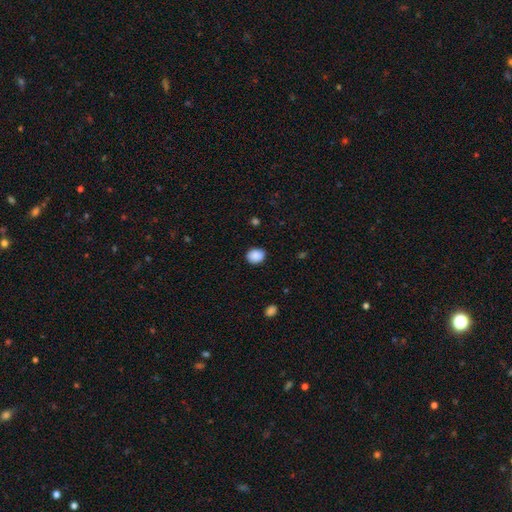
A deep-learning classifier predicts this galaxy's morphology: smooth_or_featured: smooth (p=0.89) [alt: star or artifact p=0.08]
how_rounded: round (p=0.60) [alt: in between p=0.39]
merging: none (p=0.85) [alt: minor disturbance p=0.11]